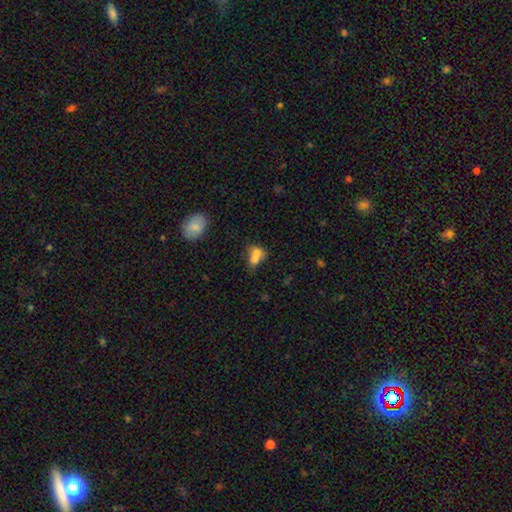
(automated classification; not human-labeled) Overall: smooth (74%). How rounded: in between (70%). Merging: merger (57%; none 25%).